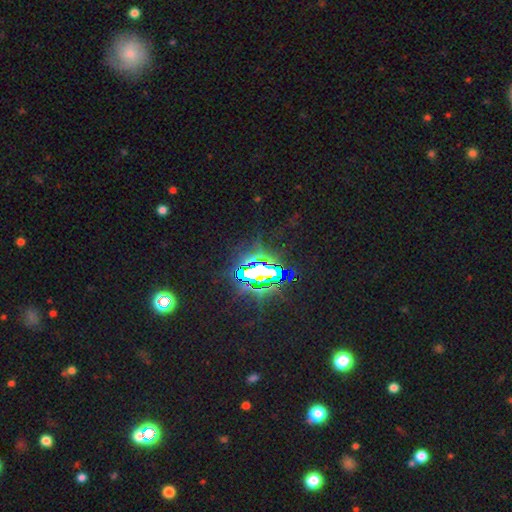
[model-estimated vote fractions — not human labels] Overall: star or artifact (80%).